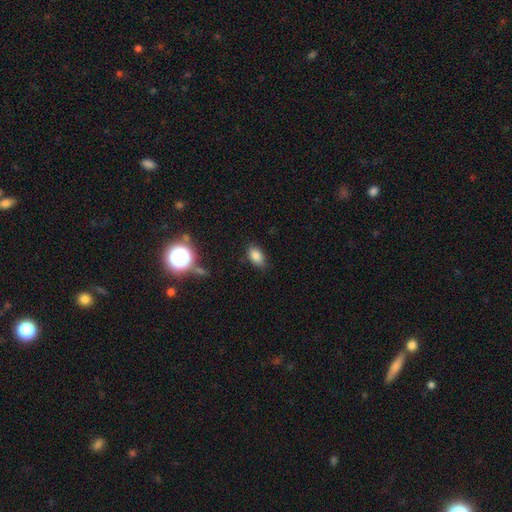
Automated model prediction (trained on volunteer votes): Overall: smooth (82%). How rounded: in between (89%). Merging: none (80%).